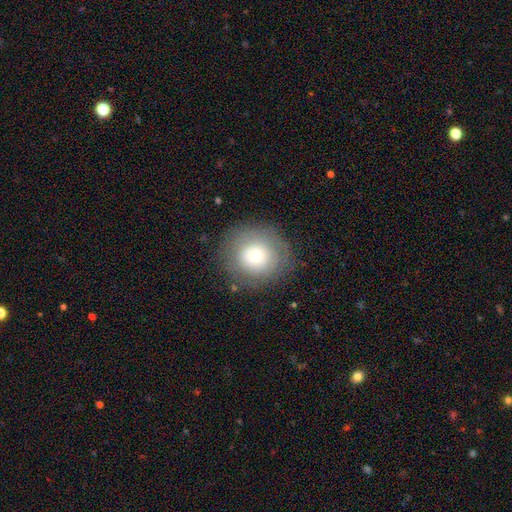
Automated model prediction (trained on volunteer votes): smooth 63%, featured or disk 26%, star or artifact 11%. Down the decision tree: how rounded — round (90%); merging — none (82%).